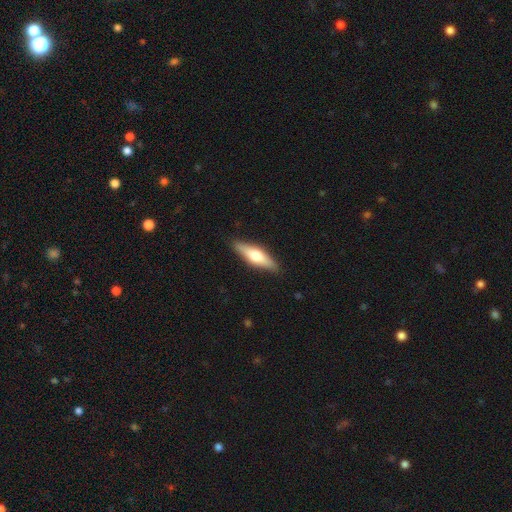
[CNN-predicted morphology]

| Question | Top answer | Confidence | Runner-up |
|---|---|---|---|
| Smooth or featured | smooth | 49% | featured or disk (46%) |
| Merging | none | 88% | minor disturbance (9%) |